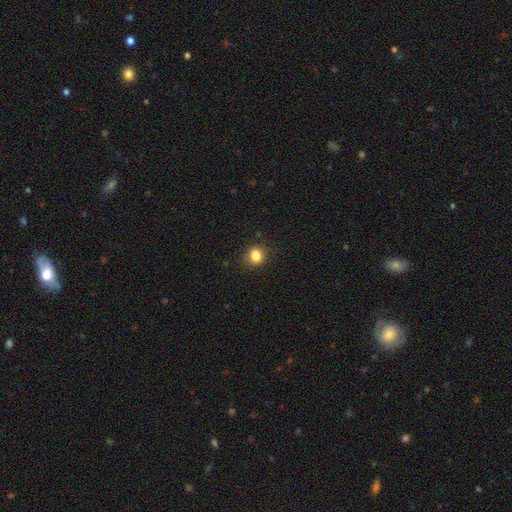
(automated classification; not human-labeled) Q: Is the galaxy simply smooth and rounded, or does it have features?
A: smooth — 84%.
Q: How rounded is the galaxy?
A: round — 66%.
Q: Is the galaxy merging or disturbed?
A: none — 85%.